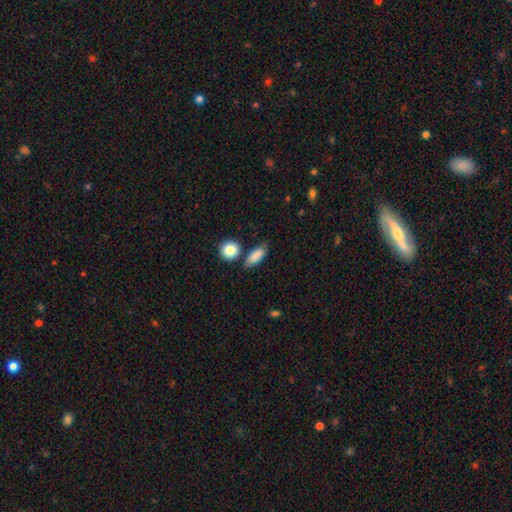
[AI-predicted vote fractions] Q: Smooth or featured?
A: smooth (84%); runner-up: featured or disk (9%)
Q: How rounded?
A: in between (76%); runner-up: cigar-shaped (17%)
Q: Merging?
A: none (65%); runner-up: minor disturbance (20%)